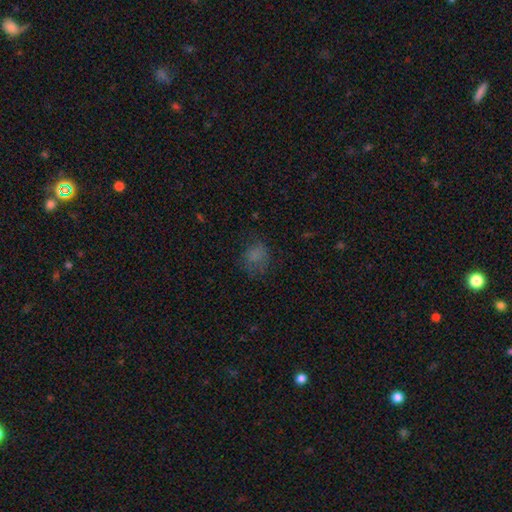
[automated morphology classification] smooth-or-featured: smooth: 72% | star or artifact: 17% | featured or disk: 11%
  how-rounded: round: 64% | in between: 35% | cigar-shaped: 1%
  merging: none: 62% | minor disturbance: 22% | major disturbance: 15% | merger: 2%